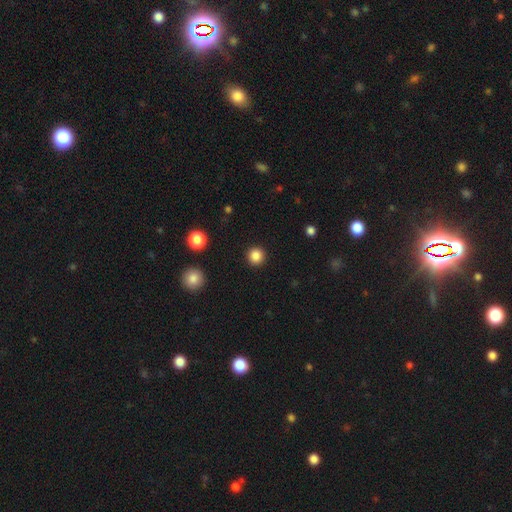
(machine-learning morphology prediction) smooth 86%, star or artifact 11%, featured or disk 3%. Down the decision tree: how rounded — round (95%); merging — none (92%).